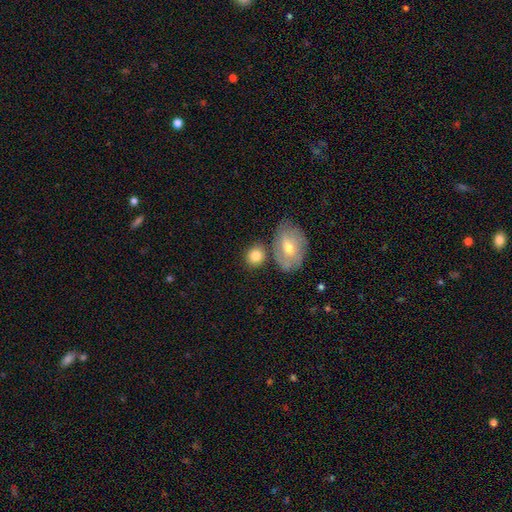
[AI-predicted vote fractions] This appears to be a smooth galaxy with no disk features (81%) that is round (65%). Merging: none (65%).